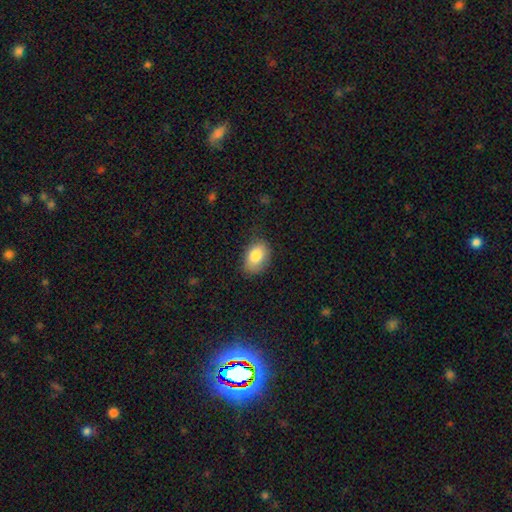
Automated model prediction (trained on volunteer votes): smooth_or_featured: smooth (p=0.83) [alt: featured or disk p=0.09]
how_rounded: in between (p=0.84) [alt: round p=0.15]
merging: none (p=0.77) [alt: minor disturbance p=0.18]